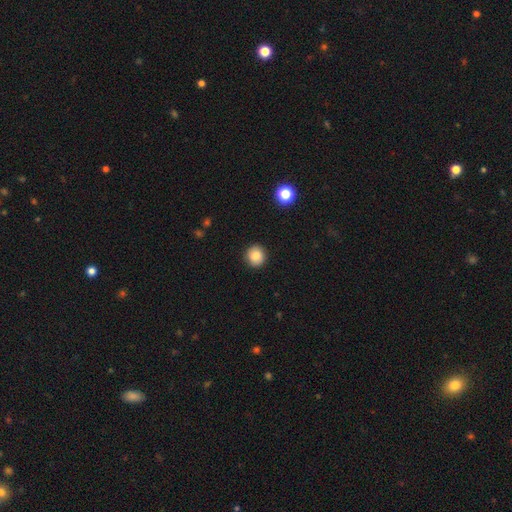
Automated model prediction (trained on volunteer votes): Smooth or featured: smooth — 83% (star or artifact — 10%)
How rounded: round — 91% (in between — 8%)
Merging: none — 91% (minor disturbance — 6%)